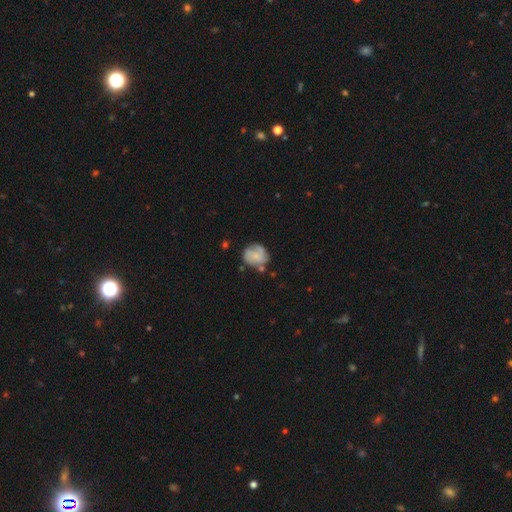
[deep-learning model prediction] Q: Smooth or featured?
A: featured or disk (48%); runner-up: smooth (44%)
Q: Merging?
A: none (62%); runner-up: minor disturbance (23%)